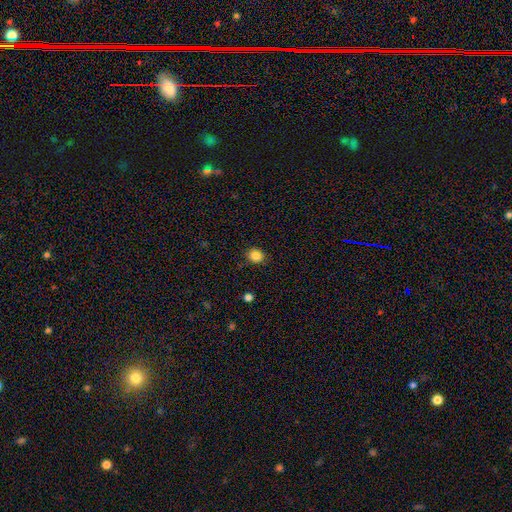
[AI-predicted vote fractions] Smooth or featured? Predicted: smooth (p=0.85). How rounded? Predicted: round (p=0.71). Merging? Predicted: none (p=0.87).